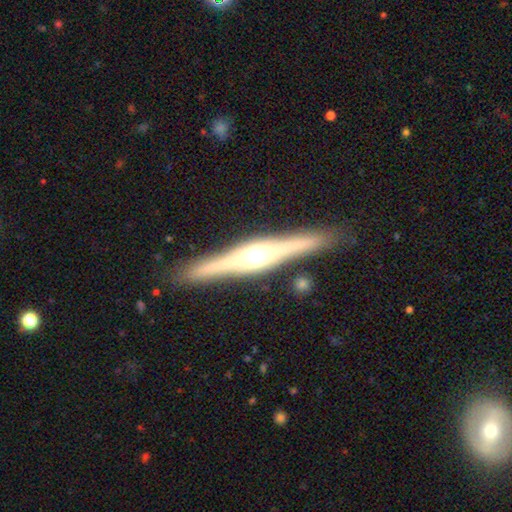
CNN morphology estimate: Smooth or featured? featured or disk (84%)
Edge-on disk? yes (98%)
Edge-on bulge? rounded (78%)
Merging? none (89%)